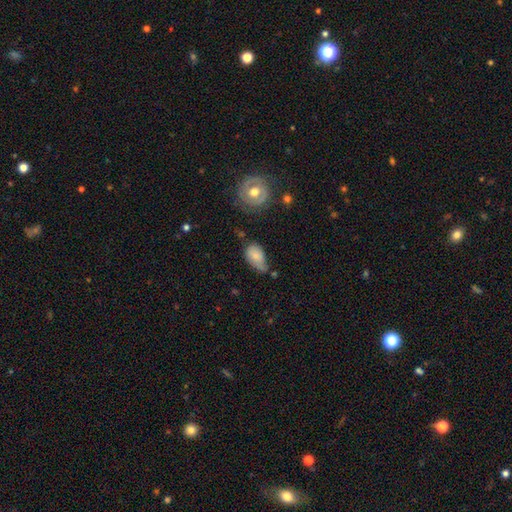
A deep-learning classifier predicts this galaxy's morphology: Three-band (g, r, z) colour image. It shows a smooth galaxy with no disk features (75%) that is in between round and cigar-shaped (88%). Merging: minor disturbance (44%).